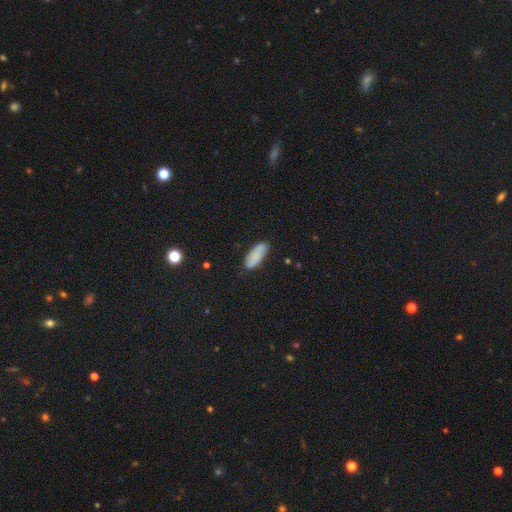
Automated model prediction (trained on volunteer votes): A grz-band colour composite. It shows a smooth galaxy with no disk features (79%) that is in between round and cigar-shaped (77%). Merging: none (81%).